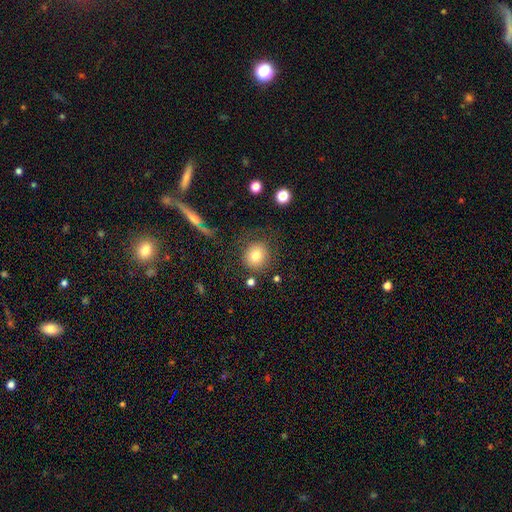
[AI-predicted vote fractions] The model was most divided on "merging": none: 77%, minor disturbance: 12%, major disturbance: 6%, merger: 4%. More confident: how rounded — round (87%); smooth or featured — smooth (78%).